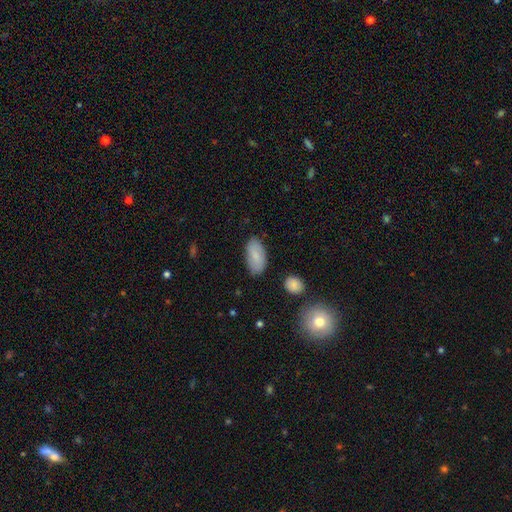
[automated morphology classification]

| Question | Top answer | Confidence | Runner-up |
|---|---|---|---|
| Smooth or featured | smooth | 81% | featured or disk (12%) |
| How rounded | in between | 93% | cigar-shaped (4%) |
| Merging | none | 82% | minor disturbance (13%) |